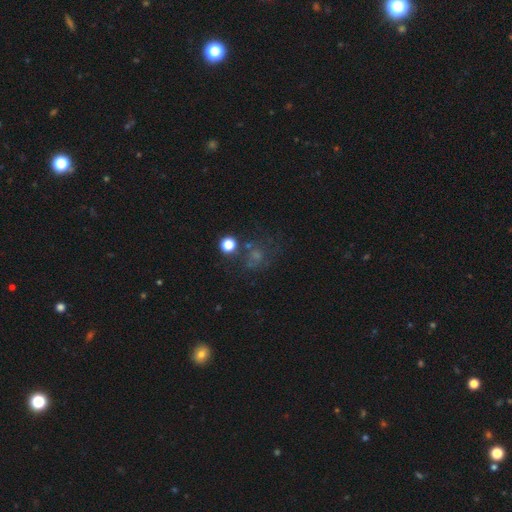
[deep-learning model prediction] Smooth or featured: star or artifact — 42% (smooth — 38%)